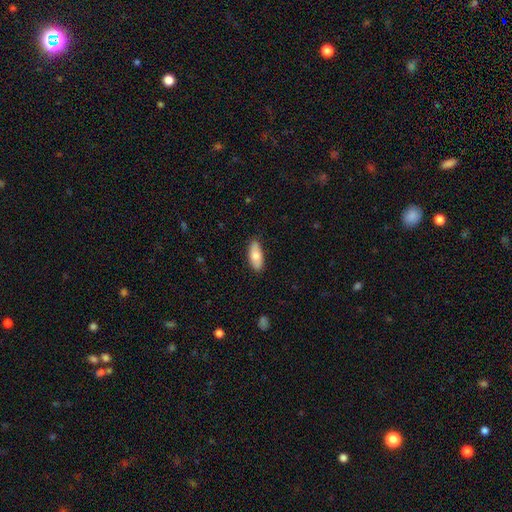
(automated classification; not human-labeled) Smooth or featured? Predicted: smooth (p=0.77). How rounded? Predicted: in between (p=0.81). Merging? Predicted: none (p=0.84).